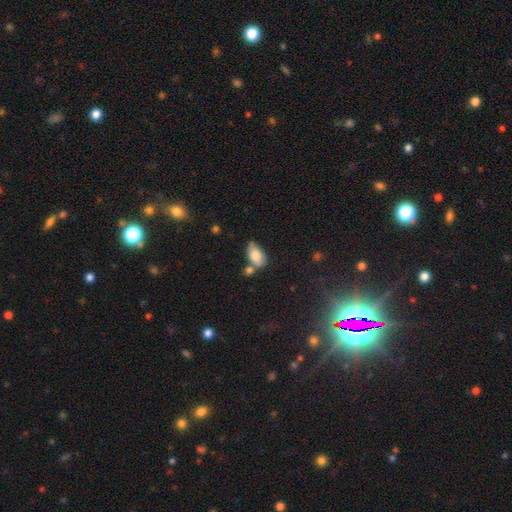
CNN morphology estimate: Smooth or featured: smooth — 76% (featured or disk — 17%)
How rounded: in between — 93% (round — 5%)
Merging: none — 53% (merger — 24%)